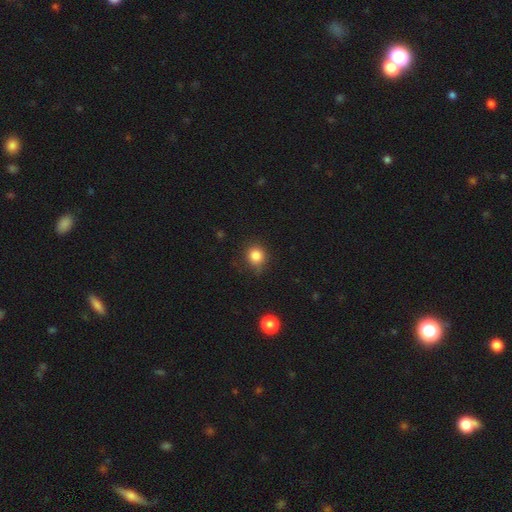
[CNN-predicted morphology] smooth_or_featured: smooth (p=0.84) [alt: star or artifact p=0.12]
how_rounded: round (p=0.85) [alt: in between p=0.14]
merging: none (p=0.74) [alt: minor disturbance p=0.20]